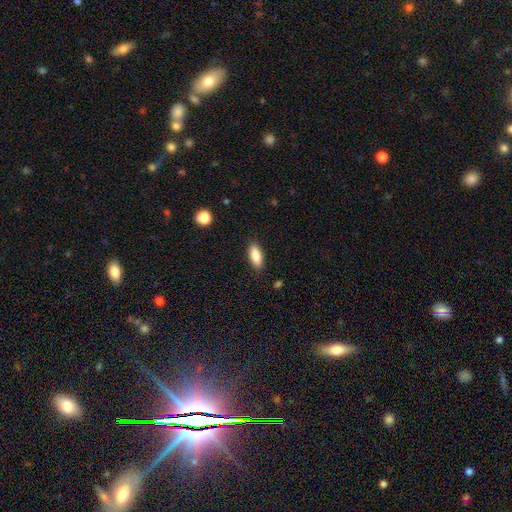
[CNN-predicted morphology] The model was most divided on "how rounded": in between: 78%, cigar-shaped: 20%, round: 2%. More confident: merging — none (88%); smooth or featured — smooth (87%).